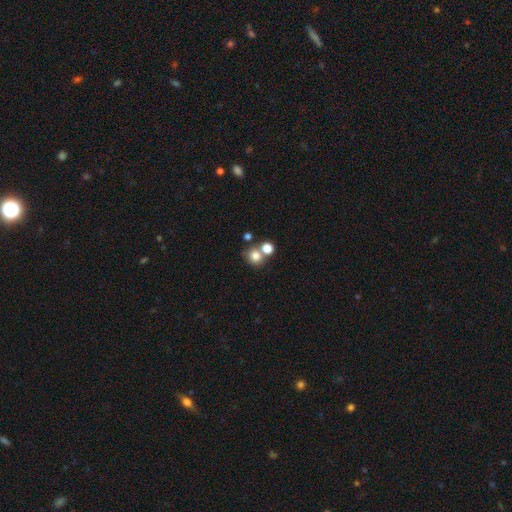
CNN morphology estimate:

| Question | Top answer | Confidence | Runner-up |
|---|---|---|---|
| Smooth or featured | smooth | 78% | star or artifact (13%) |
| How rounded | round | 83% | in between (16%) |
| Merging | none | 55% | merger (33%) |